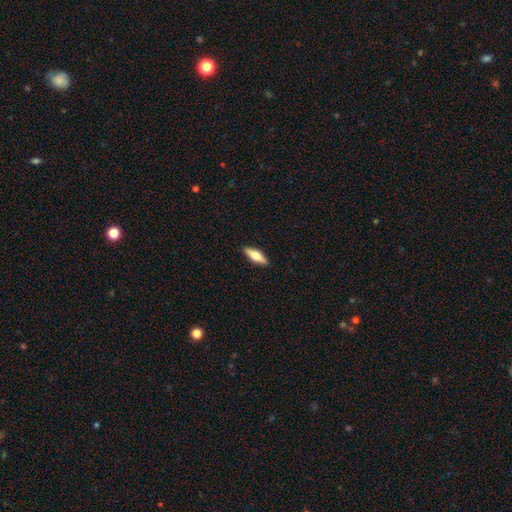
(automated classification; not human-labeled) Smooth or featured?
  - smooth: 54% *
  - featured or disk: 40%
  - star or artifact: 6%
How rounded?
  - cigar-shaped: 50% *
  - in between: 48%
  - round: 3%
Merging?
  - none: 90% *
  - minor disturbance: 7%
  - major disturbance: 2%
  - merger: 1%